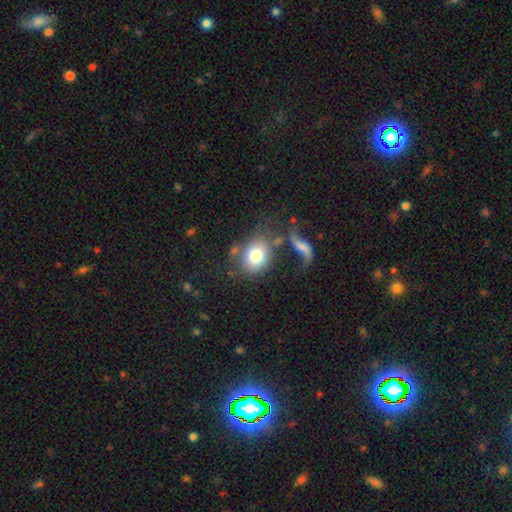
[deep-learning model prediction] Morphology: type=smooth (75%); roundness=in between (49%, tied with round); merging=none (55%).